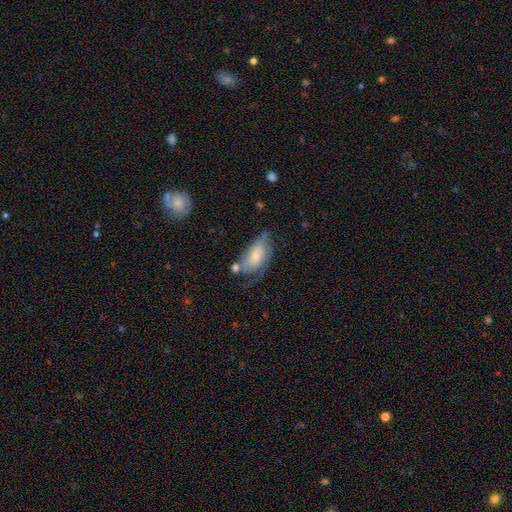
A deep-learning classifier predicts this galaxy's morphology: type=smooth (50%); merging=none (37%).